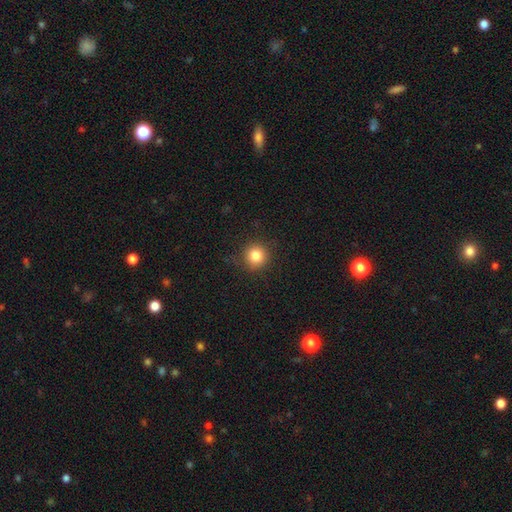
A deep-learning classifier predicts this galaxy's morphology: Smooth or featured?
  - smooth: 83% *
  - star or artifact: 11%
  - featured or disk: 6%
How rounded?
  - round: 93% *
  - in between: 6%
  - cigar-shaped: 1%
Merging?
  - none: 87% *
  - minor disturbance: 9%
  - major disturbance: 3%
  - merger: 1%